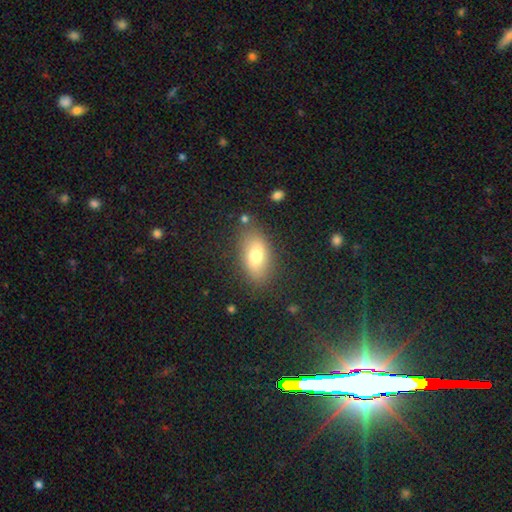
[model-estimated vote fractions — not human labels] Q: Smooth or featured?
A: smooth (73%); runner-up: featured or disk (18%)
Q: How rounded?
A: in between (89%); runner-up: round (6%)
Q: Merging?
A: none (81%); runner-up: minor disturbance (13%)